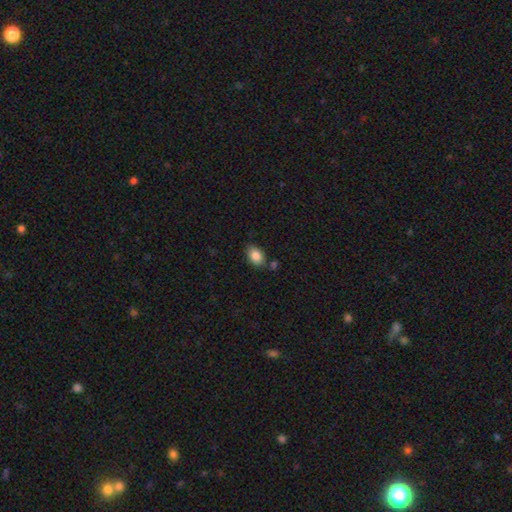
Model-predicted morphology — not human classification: Smooth or featured? Predicted: smooth (p=0.86). How rounded? Predicted: in between (p=0.82). Merging? Predicted: none (p=0.76).